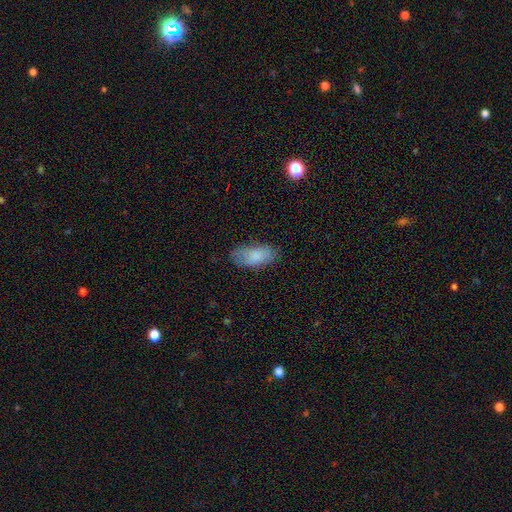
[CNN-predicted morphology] This appears to be a smooth galaxy with no disk features (82%) that is in between round and cigar-shaped (90%). Merging: none (71%).